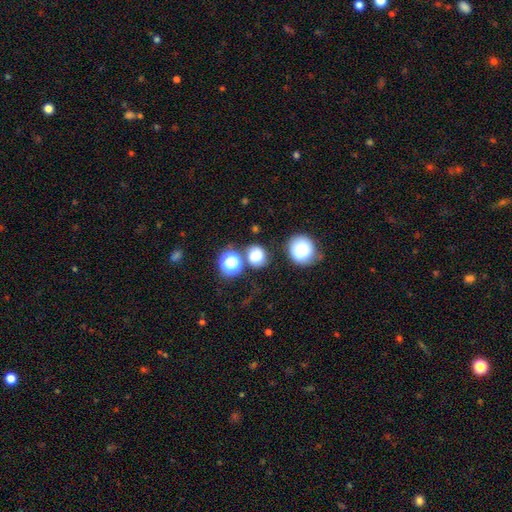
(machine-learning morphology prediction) Smooth or featured? smooth (78%)
How rounded? round (77%)
Merging? none (70%)